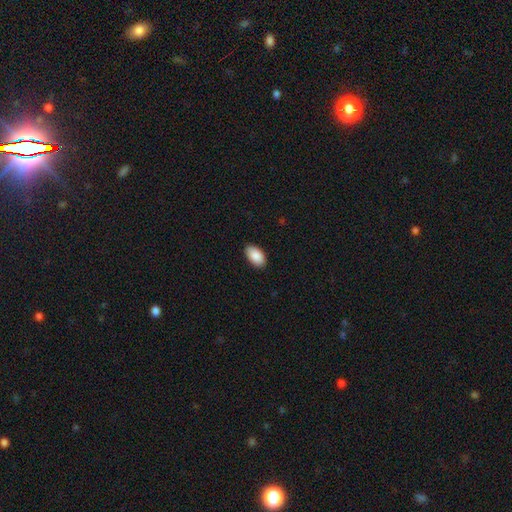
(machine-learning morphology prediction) Overall: smooth (90%). How rounded: in between (95%). Merging: none (88%).